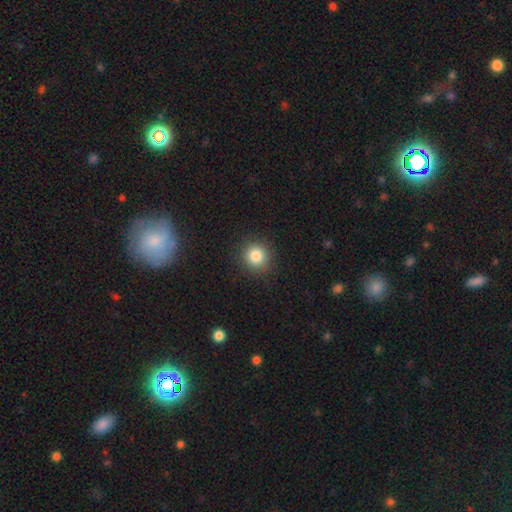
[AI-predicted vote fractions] Morphology: type=smooth (84%); roundness=round (91%); merging=none (90%).